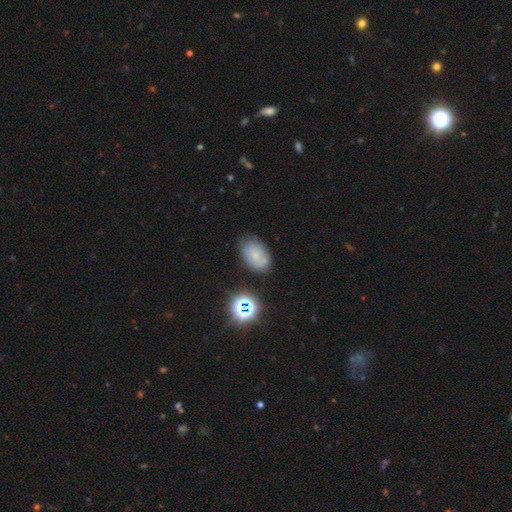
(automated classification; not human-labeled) Morphology: type=smooth (66%); roundness=in between (86%); merging=none (67%).